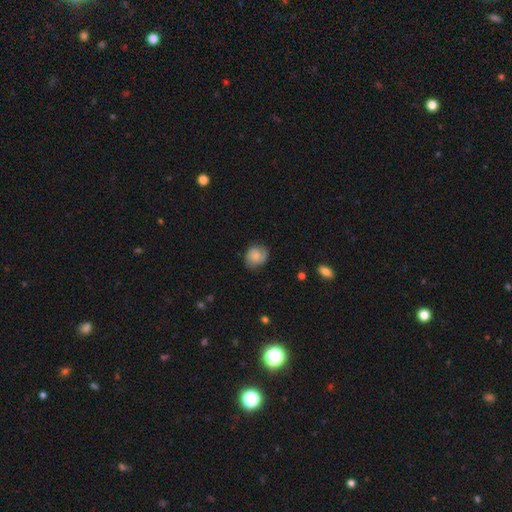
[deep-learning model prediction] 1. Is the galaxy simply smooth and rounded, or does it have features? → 52% smooth, 40% featured or disk, 8% star or artifact.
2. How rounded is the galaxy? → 67% round, 32% in between, 1% cigar-shaped.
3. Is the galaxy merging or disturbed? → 70% none, 22% minor disturbance, 7% major disturbance, 1% merger.